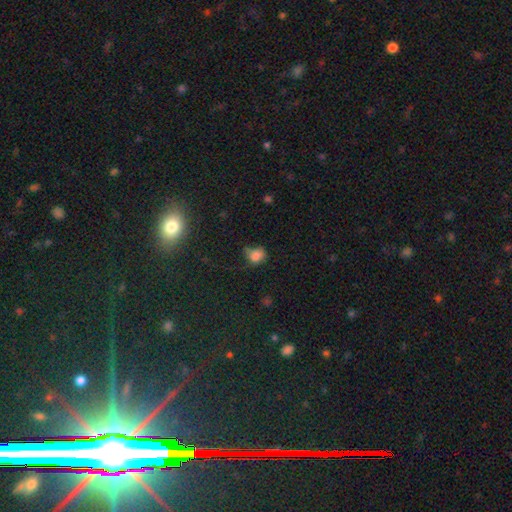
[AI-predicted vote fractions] The model was most divided on "how rounded": round: 52%, in between: 47%, cigar-shaped: 1%. Remaining: smooth or featured — smooth (76%); merging — none (45%).